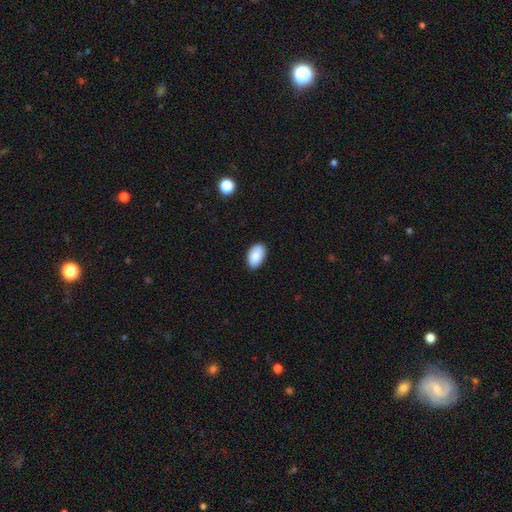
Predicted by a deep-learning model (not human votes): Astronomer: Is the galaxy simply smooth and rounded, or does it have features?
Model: smooth — 89%.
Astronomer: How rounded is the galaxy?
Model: in between — 94%.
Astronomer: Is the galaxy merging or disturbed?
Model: none — 87%.